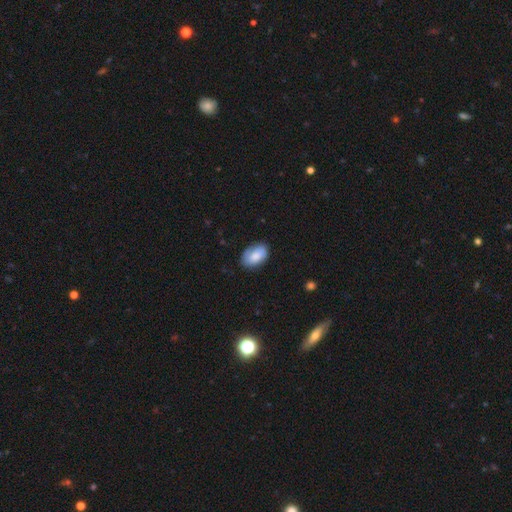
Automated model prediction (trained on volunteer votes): smooth_or_featured: smooth (p=0.80) [alt: featured or disk p=0.13]
how_rounded: in between (p=0.91) [alt: round p=0.08]
merging: none (p=0.75) [alt: minor disturbance p=0.20]